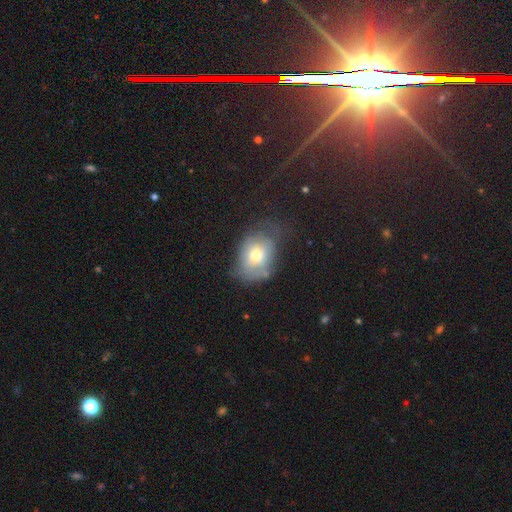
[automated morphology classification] smooth_or_featured: smooth (p=0.64) [alt: featured or disk p=0.25]
how_rounded: in between (p=0.63) [alt: round p=0.36]
merging: none (p=0.44) [alt: minor disturbance p=0.32]